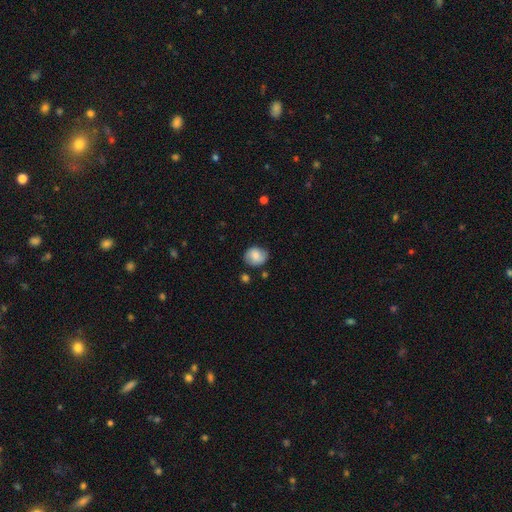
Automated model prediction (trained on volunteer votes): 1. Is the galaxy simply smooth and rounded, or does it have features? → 70% smooth, 22% featured or disk, 8% star or artifact.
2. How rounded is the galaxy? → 64% round, 35% in between, 1% cigar-shaped.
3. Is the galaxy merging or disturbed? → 74% none, 18% minor disturbance, 4% major disturbance, 3% merger.